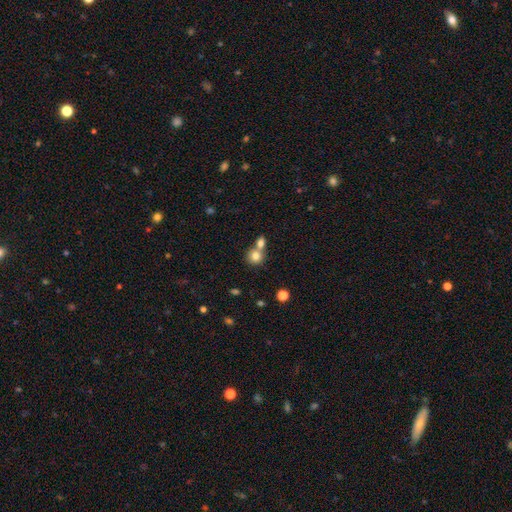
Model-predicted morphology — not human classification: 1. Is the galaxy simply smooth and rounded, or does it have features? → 79% smooth, 11% star or artifact, 10% featured or disk.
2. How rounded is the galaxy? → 83% round, 16% in between, 1% cigar-shaped.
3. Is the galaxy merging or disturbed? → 47% merger, 43% none, 7% minor disturbance, 3% major disturbance.